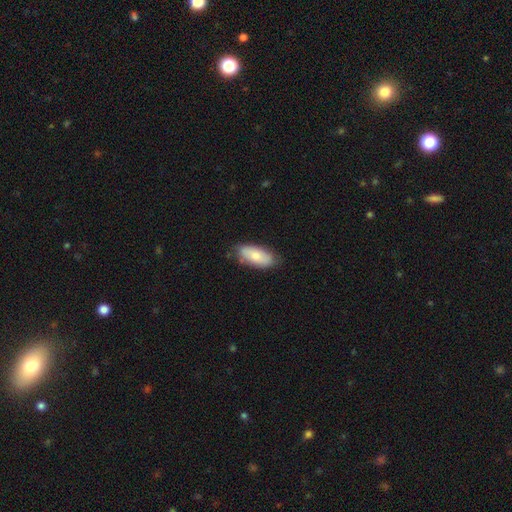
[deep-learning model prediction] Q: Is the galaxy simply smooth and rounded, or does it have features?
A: smooth — 74%.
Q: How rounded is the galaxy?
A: in between — 86%.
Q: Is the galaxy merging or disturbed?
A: none — 78%.